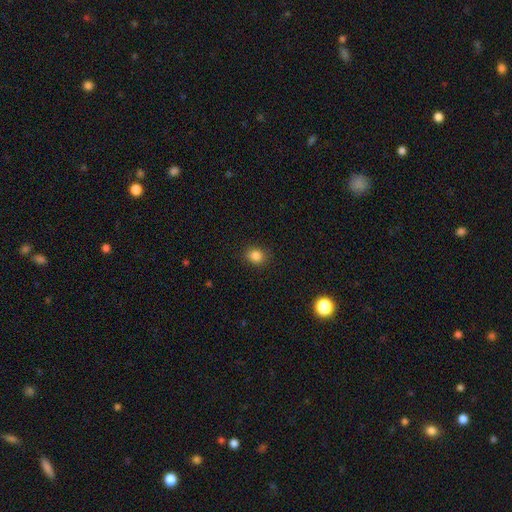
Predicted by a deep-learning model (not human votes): Smooth or featured?
  - smooth: 84% *
  - star or artifact: 12%
  - featured or disk: 4%
How rounded?
  - round: 68% *
  - in between: 31%
  - cigar-shaped: 1%
Merging?
  - none: 87% *
  - minor disturbance: 9%
  - major disturbance: 2%
  - merger: 1%